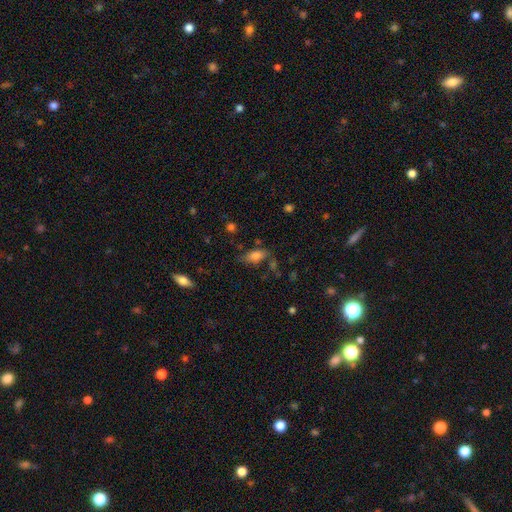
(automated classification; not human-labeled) smooth_or_featured: smooth (p=0.79) [alt: featured or disk p=0.12]
how_rounded: in between (p=0.84) [alt: cigar-shaped p=0.12]
merging: none (p=0.64) [alt: minor disturbance p=0.22]